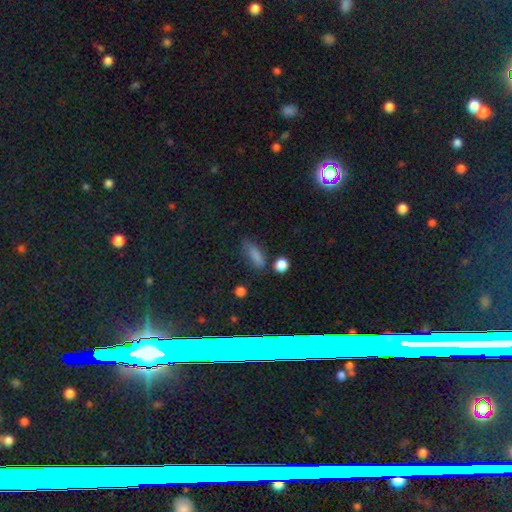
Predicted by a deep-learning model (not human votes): Morphology: type=smooth (76%); roundness=in between (57%); merging=none (64%).